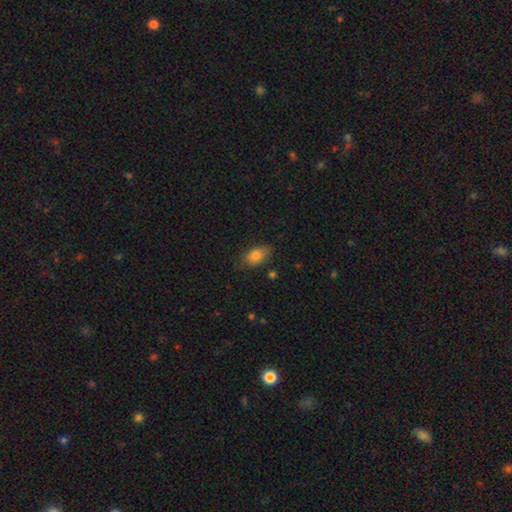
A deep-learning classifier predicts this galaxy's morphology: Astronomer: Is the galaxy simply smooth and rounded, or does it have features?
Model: smooth — 82%.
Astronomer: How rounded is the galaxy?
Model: in between — 87%.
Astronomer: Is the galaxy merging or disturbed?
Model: none — 75%.